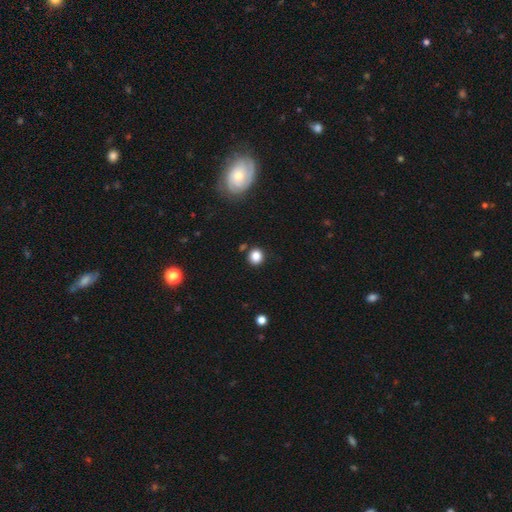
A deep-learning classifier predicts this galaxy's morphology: This appears to be a smooth galaxy with no disk features (84%) that is round (82%). Merging: none (85%).